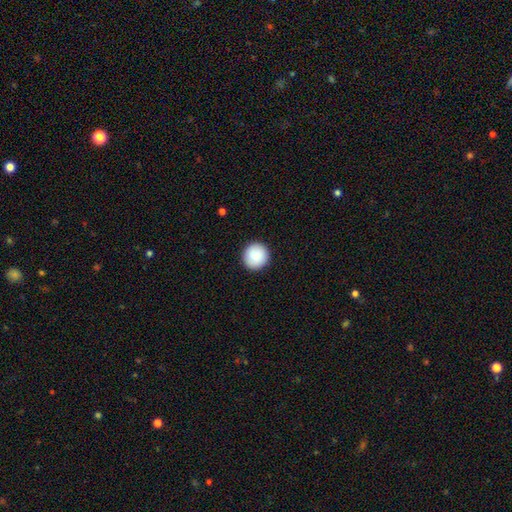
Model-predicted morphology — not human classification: Smooth or featured: smooth — 88% (star or artifact — 7%)
How rounded: round — 95% (in between — 4%)
Merging: none — 92% (minor disturbance — 6%)